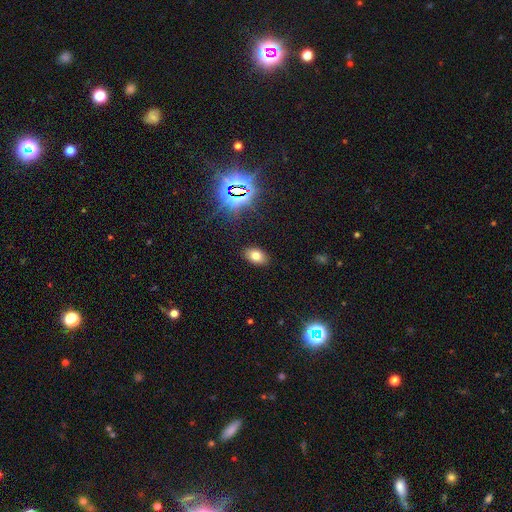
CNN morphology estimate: smooth_or_featured: smooth (p=0.73) [alt: star or artifact p=0.17]
how_rounded: in between (p=0.87) [alt: round p=0.11]
merging: none (p=0.88) [alt: minor disturbance p=0.09]